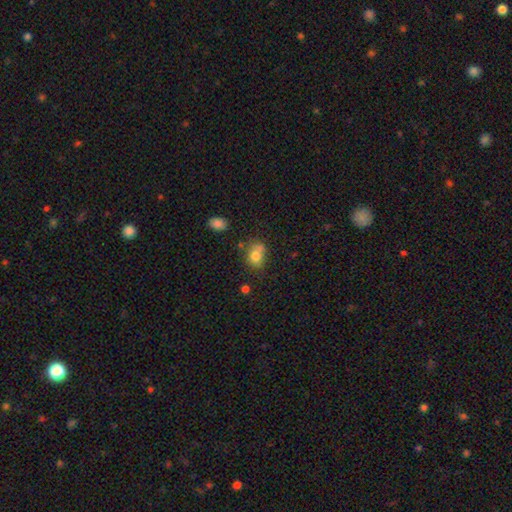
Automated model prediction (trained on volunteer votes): This appears to be a smooth galaxy with no disk features (76%) that is in between round and cigar-shaped (53%). Merging: none (48%).